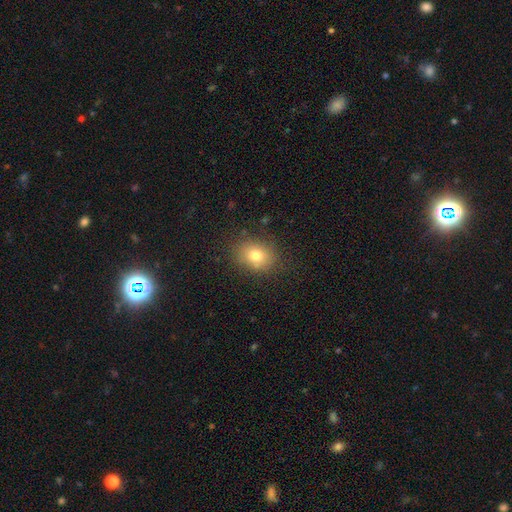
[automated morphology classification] smooth 78%, star or artifact 12%, featured or disk 11%. Down the decision tree: how rounded — in between (54%); merging — none (83%).